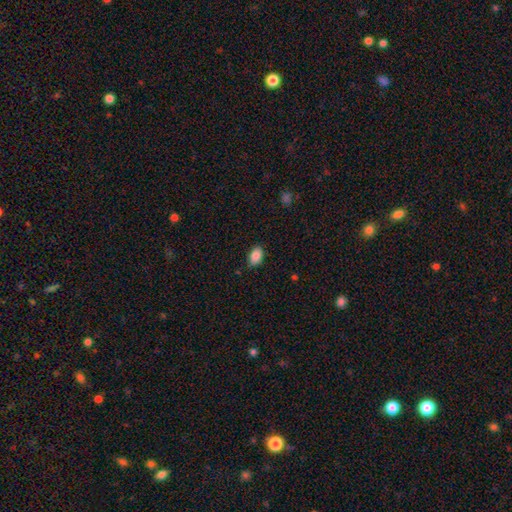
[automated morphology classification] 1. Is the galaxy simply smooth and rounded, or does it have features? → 88% smooth, 8% star or artifact, 4% featured or disk.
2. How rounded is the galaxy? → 89% in between, 10% round, 1% cigar-shaped.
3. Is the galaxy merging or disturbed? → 81% none, 15% minor disturbance, 3% major disturbance, 1% merger.